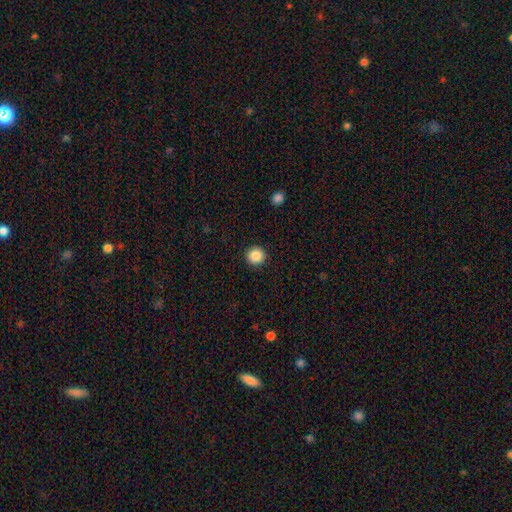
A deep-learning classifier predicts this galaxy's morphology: Smooth or featured?
  - smooth: 88% *
  - star or artifact: 9%
  - featured or disk: 3%
How rounded?
  - round: 92% *
  - in between: 7%
  - cigar-shaped: 1%
Merging?
  - none: 92% *
  - minor disturbance: 5%
  - major disturbance: 2%
  - merger: 1%